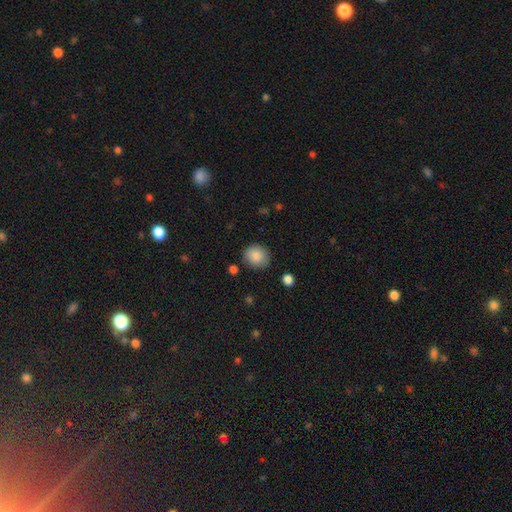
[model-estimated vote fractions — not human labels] smooth-or-featured: smooth: 87% | star or artifact: 8% | featured or disk: 5%
  how-rounded: round: 76% | in between: 23% | cigar-shaped: 1%
  merging: none: 82% | minor disturbance: 12% | major disturbance: 3% | merger: 2%